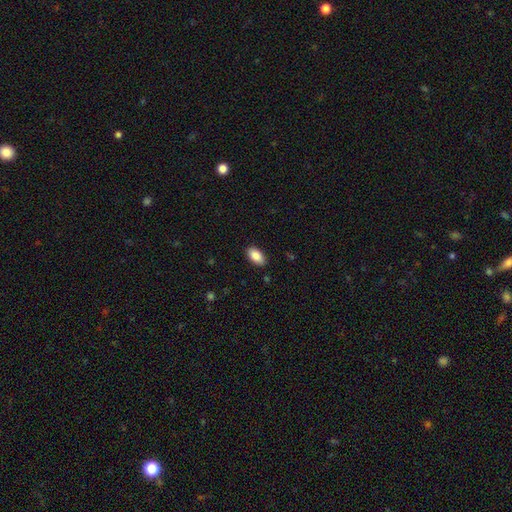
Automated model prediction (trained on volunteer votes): smooth_or_featured: smooth (p=0.88) [alt: star or artifact p=0.07]
how_rounded: in between (p=0.94) [alt: round p=0.03]
merging: none (p=0.88) [alt: minor disturbance p=0.09]